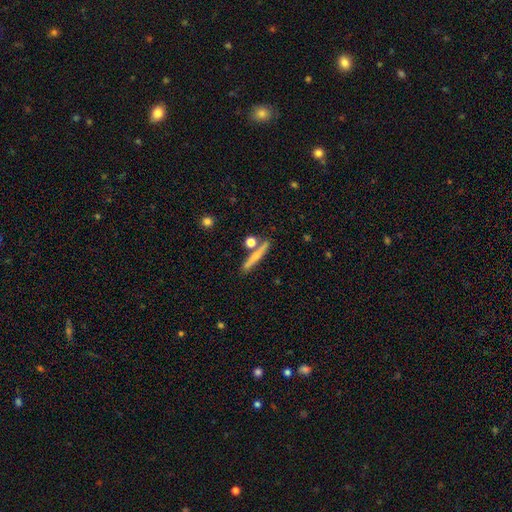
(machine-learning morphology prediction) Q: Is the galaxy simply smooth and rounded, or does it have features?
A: smooth — 51%.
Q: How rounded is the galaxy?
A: cigar-shaped — 87%.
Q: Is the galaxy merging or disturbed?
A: none — 77%.